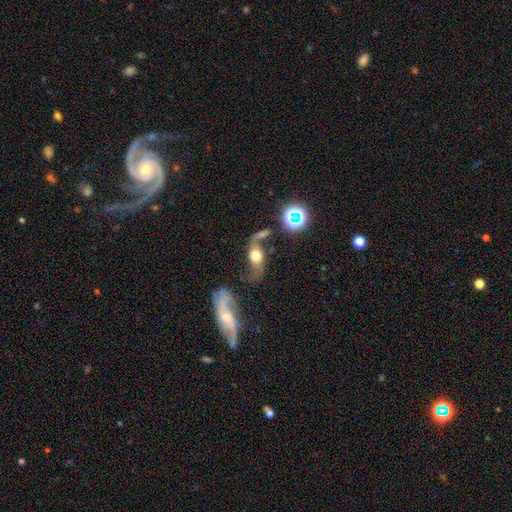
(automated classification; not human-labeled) A featured or disk galaxy (64%) with no bar (67%), spiral arms (83%) and a moderate central bulge (44%). Merging: none (36%).